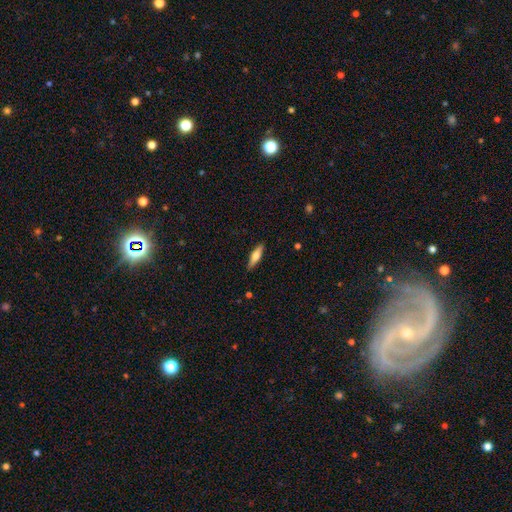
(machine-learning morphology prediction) The model was most divided on "smooth or featured": smooth: 57%, featured or disk: 37%, star or artifact: 6%. More confident: merging — none (88%); how rounded — cigar-shaped (64%).